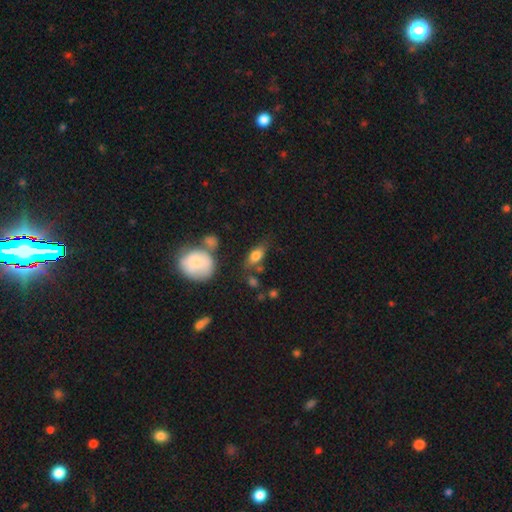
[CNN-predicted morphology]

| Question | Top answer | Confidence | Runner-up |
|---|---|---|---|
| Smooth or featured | smooth | 74% | featured or disk (17%) |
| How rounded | in between | 77% | cigar-shaped (14%) |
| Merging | none | 65% | minor disturbance (19%) |